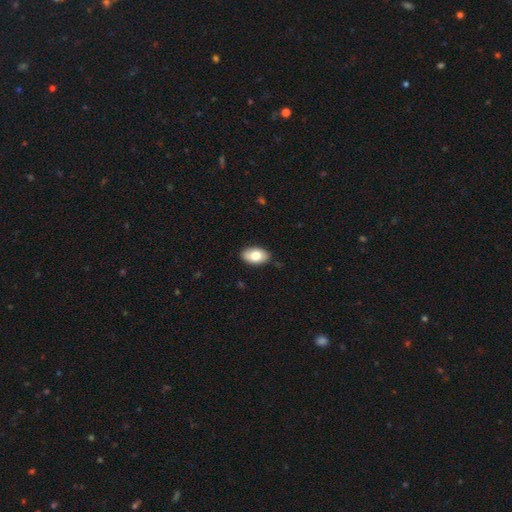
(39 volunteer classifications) smooth 72%, featured or disk 21%, star or artifact 8%. Down the decision tree: how rounded — in between (96%); merging — none (94%).